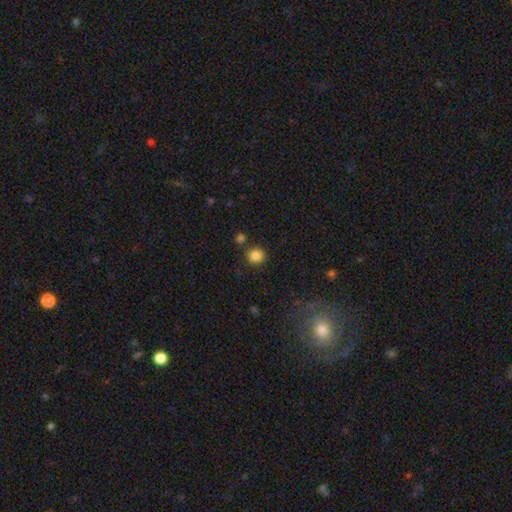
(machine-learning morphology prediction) Q: Smooth or featured?
A: smooth (84%); runner-up: star or artifact (11%)
Q: How rounded?
A: round (91%); runner-up: in between (8%)
Q: Merging?
A: none (85%); runner-up: minor disturbance (7%)